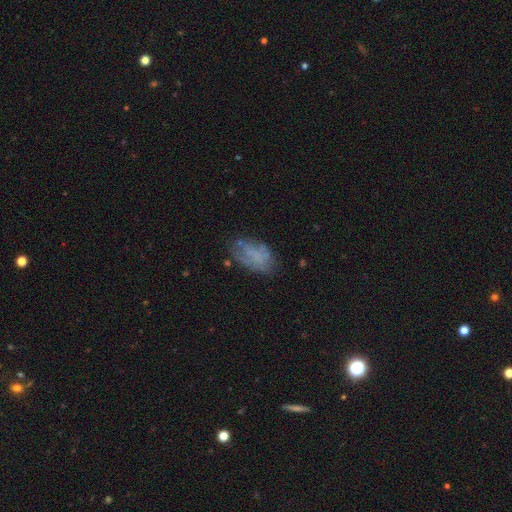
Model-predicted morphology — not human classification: Smooth or featured? Predicted: smooth (p=0.48). Merging? Predicted: none (p=0.54).